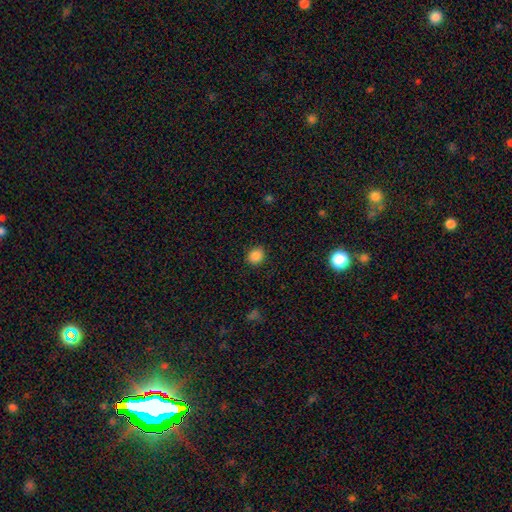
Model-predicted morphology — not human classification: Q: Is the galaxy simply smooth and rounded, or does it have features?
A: smooth — 86%.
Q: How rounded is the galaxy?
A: round — 76%.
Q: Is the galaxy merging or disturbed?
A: none — 90%.